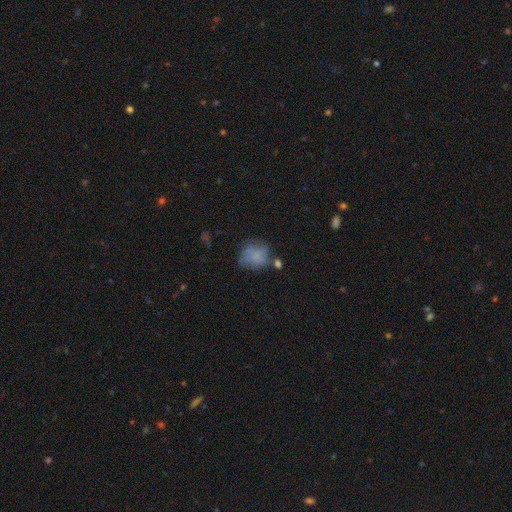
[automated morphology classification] smooth 66%, featured or disk 23%, star or artifact 11%. Down the decision tree: how rounded — round (63%); merging — none (45%).